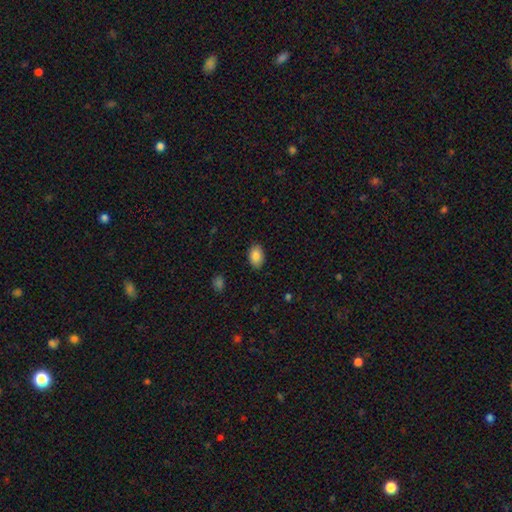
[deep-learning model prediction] Morphology: type=smooth (87%); roundness=in between (86%); merging=none (87%).